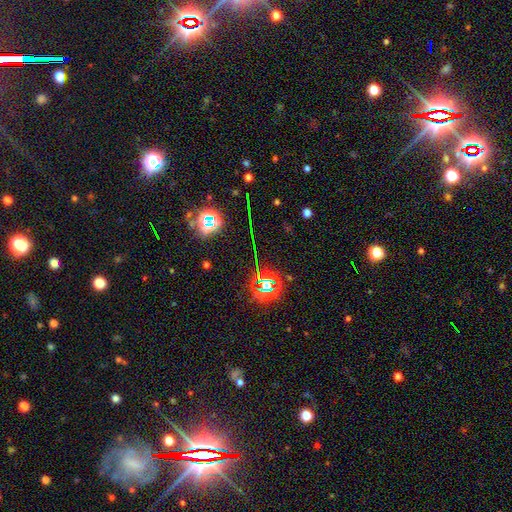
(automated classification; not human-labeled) Smooth or featured? Predicted: star or artifact (p=0.81).